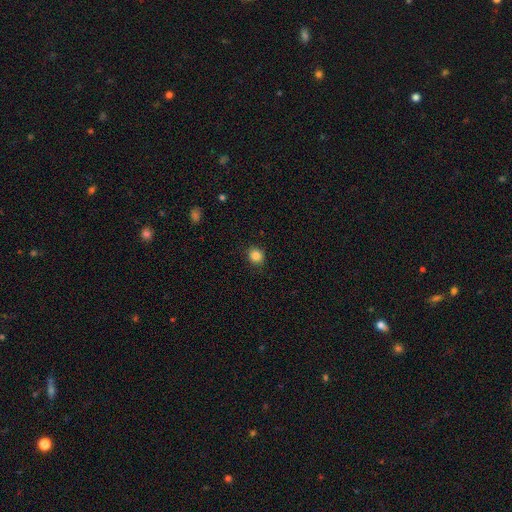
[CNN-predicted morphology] Overall: smooth (85%). How rounded: round (83%). Merging: none (86%).